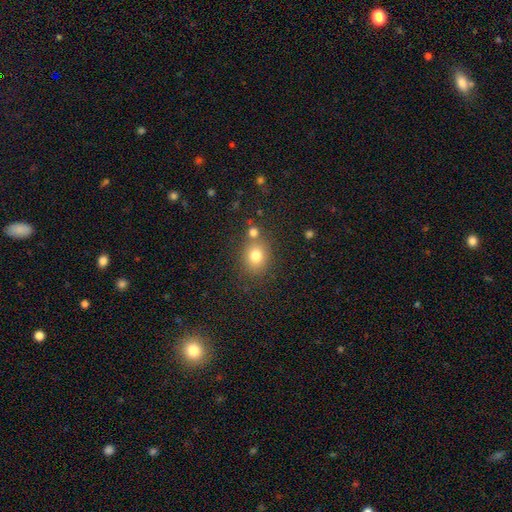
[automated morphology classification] Smooth or featured? smooth (78%)
How rounded? round (65%)
Merging? none (69%)